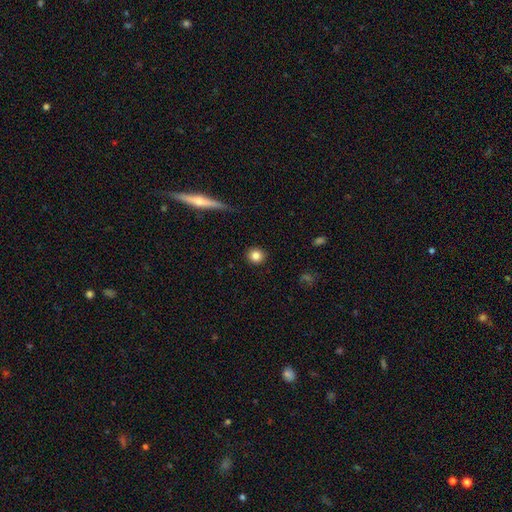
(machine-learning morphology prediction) A smooth galaxy with no disk features (84%) that is round (89%).

Vote fractions:
- Smooth or featured? smooth: 84% / star or artifact: 10% / featured or disk: 6%
- How rounded? round: 89% / in between: 10% / cigar-shaped: 1%
- Merging? none: 91% / minor disturbance: 6% / major disturbance: 2% / merger: 1%